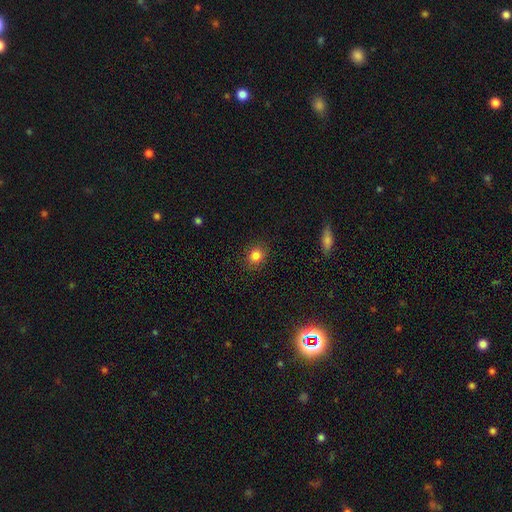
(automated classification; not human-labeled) Morphology: type=smooth (83%); roundness=round (69%); merging=none (87%).